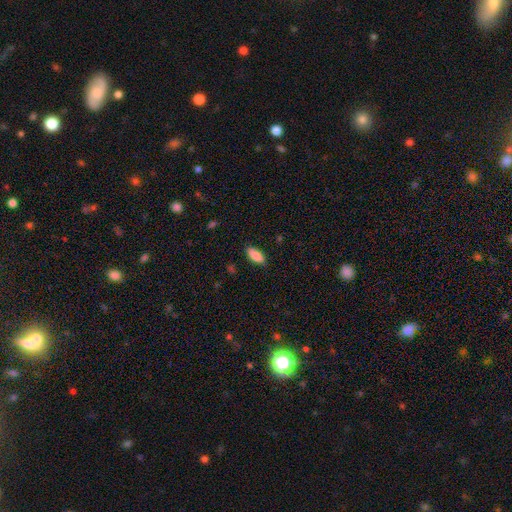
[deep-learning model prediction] This appears to be a smooth galaxy with no disk features (86%) that is in between round and cigar-shaped (82%). Merging: none (84%).